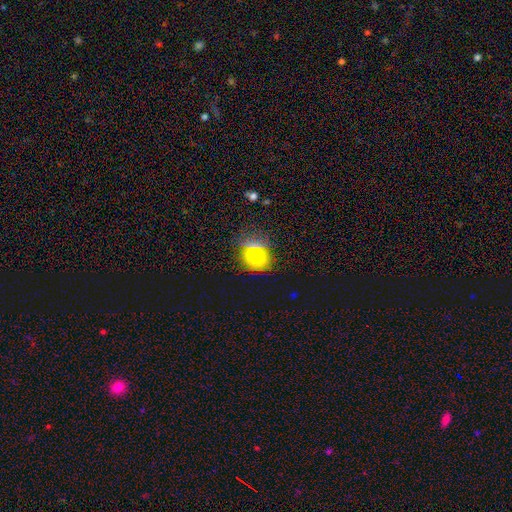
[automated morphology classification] Smooth or featured?
  - smooth: 74% *
  - star or artifact: 19%
  - featured or disk: 7%
How rounded?
  - round: 78% *
  - in between: 20%
  - cigar-shaped: 2%
Merging?
  - none: 81% *
  - minor disturbance: 11%
  - merger: 4%
  - major disturbance: 4%